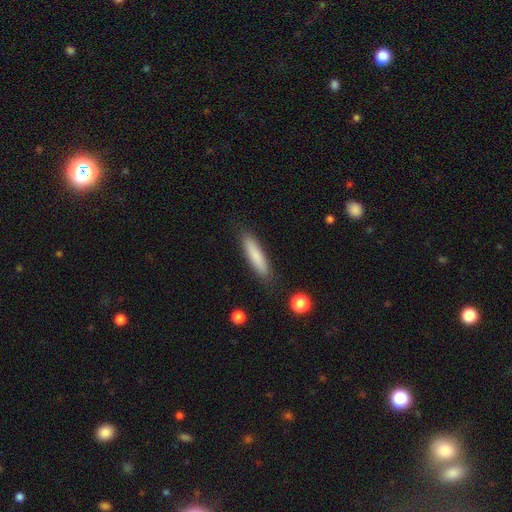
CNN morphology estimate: Smooth or featured: smooth — 81% (featured or disk — 13%)
How rounded: cigar-shaped — 81% (in between — 17%)
Merging: none — 86% (minor disturbance — 10%)